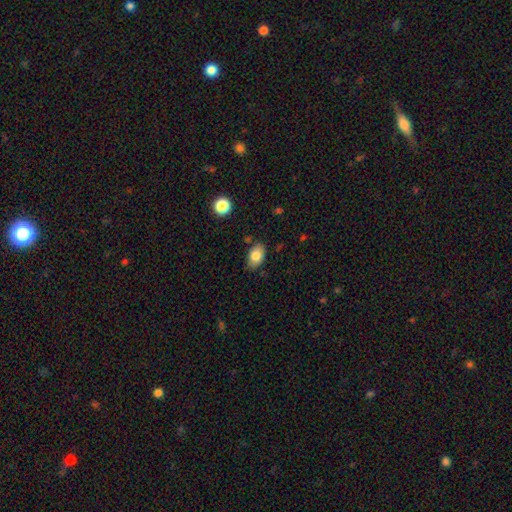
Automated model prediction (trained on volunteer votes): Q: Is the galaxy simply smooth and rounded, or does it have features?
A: smooth — 83%.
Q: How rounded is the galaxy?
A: in between — 87%.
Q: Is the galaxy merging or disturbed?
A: none — 78%.